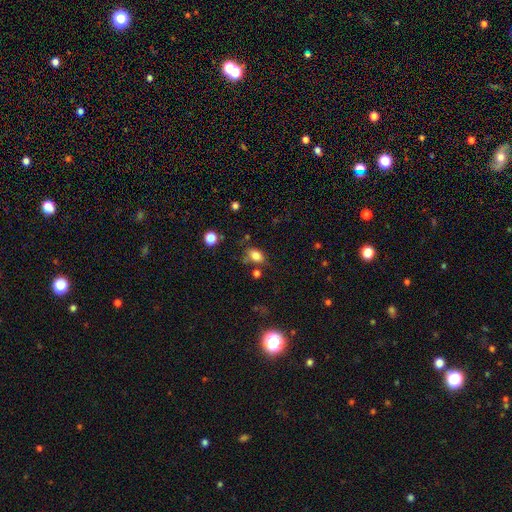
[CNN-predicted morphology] Smooth or featured? smooth (81%)
How rounded? in between (83%)
Merging? none (61%)